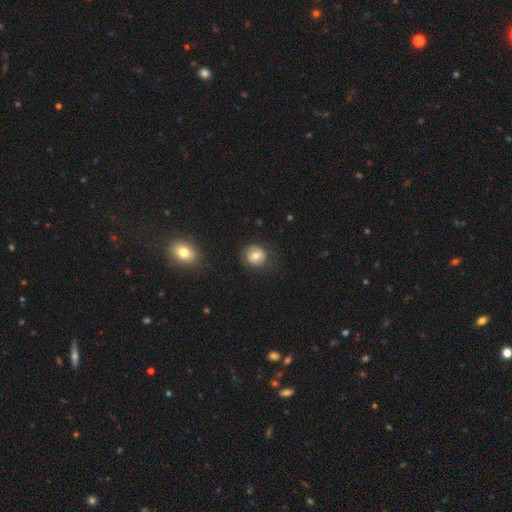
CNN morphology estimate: Smooth or featured? Predicted: smooth (p=0.67). How rounded? Predicted: round (p=0.79). Merging? Predicted: none (p=0.77).